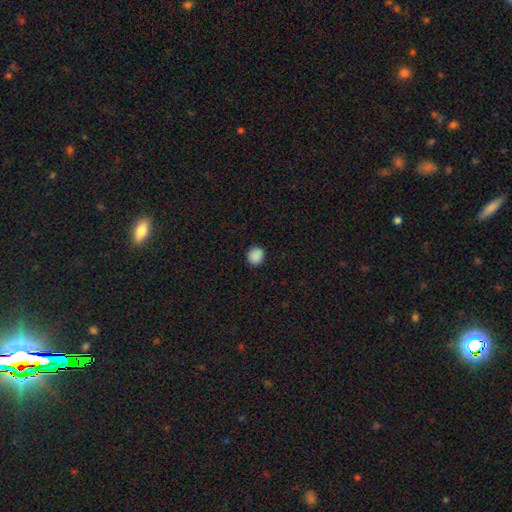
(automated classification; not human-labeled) A smooth galaxy with no disk features (89%) that is round (88%).

Vote fractions:
- Smooth or featured? smooth: 89% / star or artifact: 9% / featured or disk: 2%
- How rounded? round: 88% / in between: 11% / cigar-shaped: 1%
- Merging? none: 92% / minor disturbance: 6% / major disturbance: 2% / merger: 1%